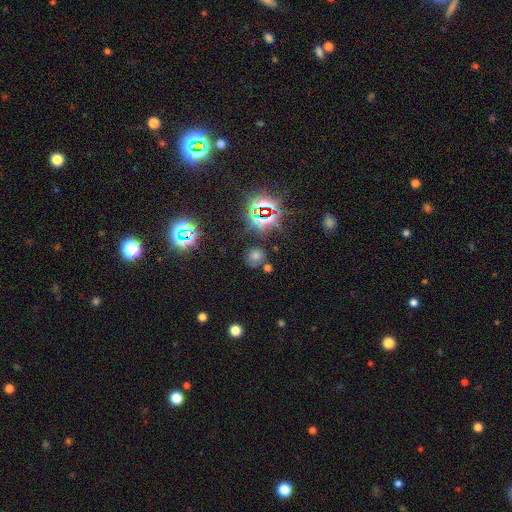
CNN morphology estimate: The model was most divided on "smooth or featured": smooth: 47%, star or artifact: 43%, featured or disk: 10%. More confident: merging — none (75%).